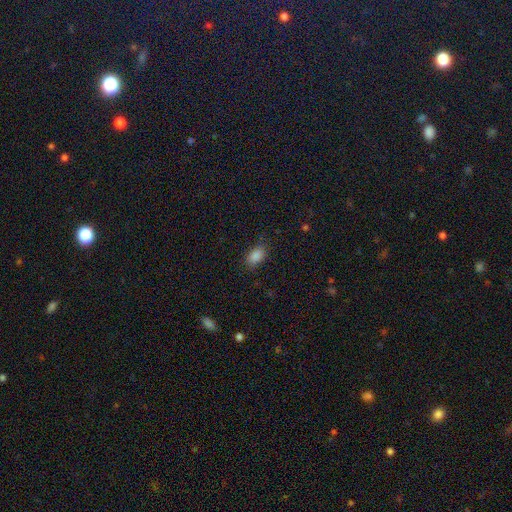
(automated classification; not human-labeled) This appears to be a smooth galaxy with no disk features (87%) that is in between round and cigar-shaped (90%). Merging: none (83%).